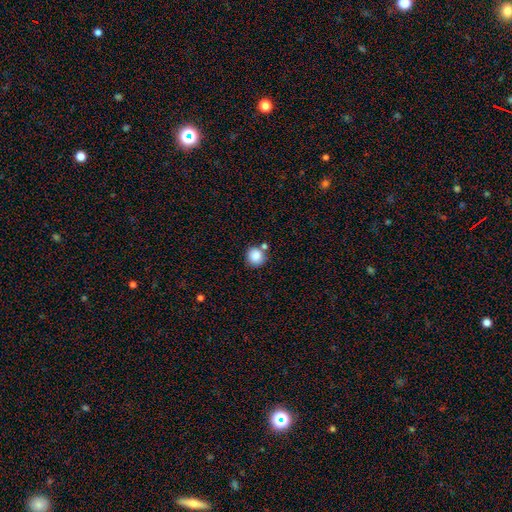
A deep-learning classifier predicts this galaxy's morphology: This is clearly a smooth galaxy (86%). How rounded: clearly round (91%). Merging: likely none (70%).